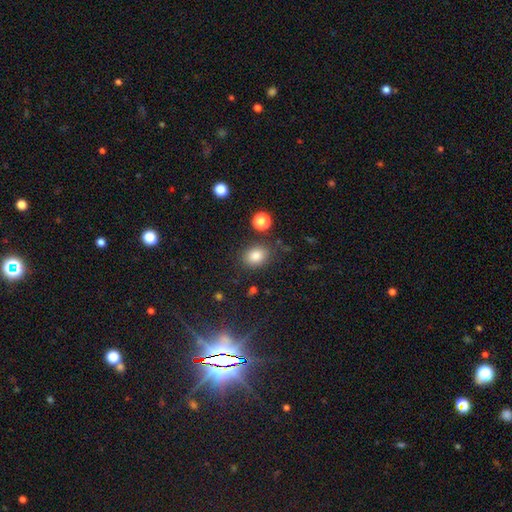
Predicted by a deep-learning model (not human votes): This appears to be a smooth galaxy with no disk features (83%) that is in between round and cigar-shaped (51%). Merging: none (80%).